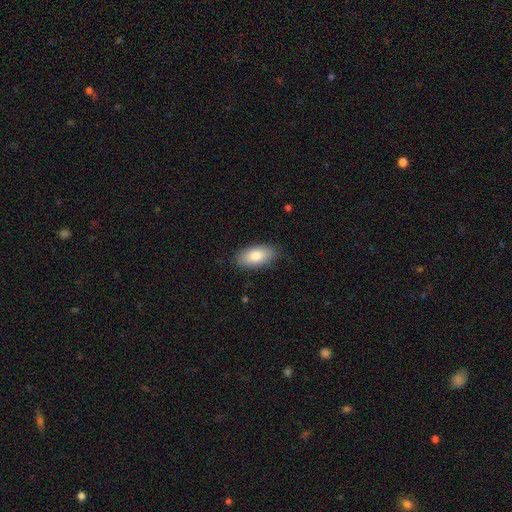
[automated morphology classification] smooth-or-featured: smooth: 84% | featured or disk: 10% | star or artifact: 6%
  how-rounded: in between: 92% | cigar-shaped: 6% | round: 3%
  merging: none: 86% | minor disturbance: 11% | major disturbance: 2% | merger: 1%